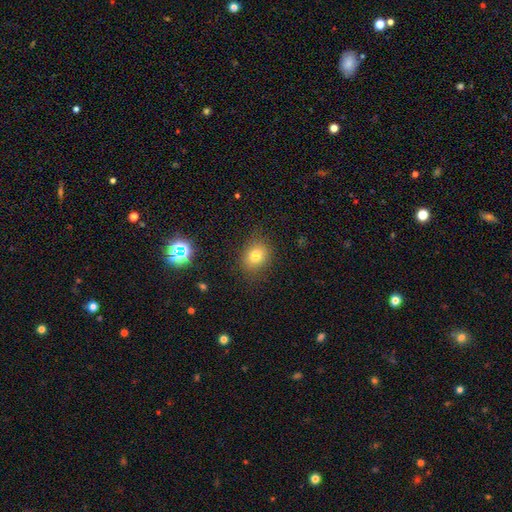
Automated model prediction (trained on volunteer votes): Smooth or featured?
  - smooth: 75% *
  - star or artifact: 14%
  - featured or disk: 11%
How rounded?
  - round: 50% *
  - in between: 49%
  - cigar-shaped: 1%
Merging?
  - none: 82% *
  - minor disturbance: 12%
  - major disturbance: 4%
  - merger: 1%